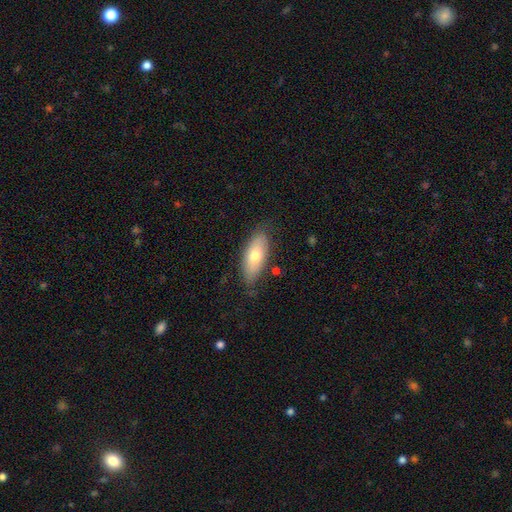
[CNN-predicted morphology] smooth_or_featured: smooth (p=0.68) [alt: featured or disk p=0.25]
how_rounded: in between (p=0.84) [alt: cigar-shaped p=0.13]
merging: none (p=0.78) [alt: minor disturbance p=0.17]